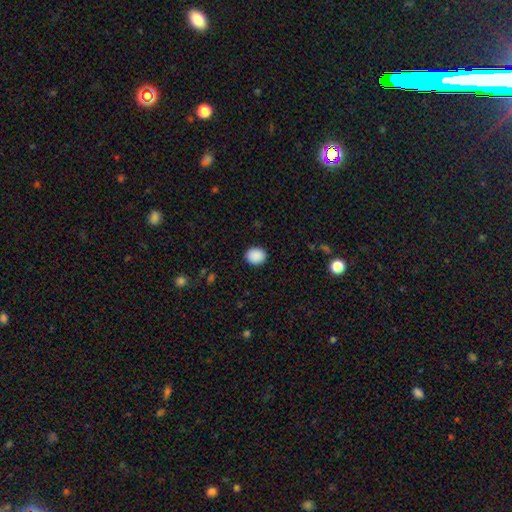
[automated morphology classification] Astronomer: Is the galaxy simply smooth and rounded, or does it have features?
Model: smooth — 90%.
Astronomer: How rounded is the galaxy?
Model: round — 67%.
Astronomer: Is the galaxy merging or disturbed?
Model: none — 91%.